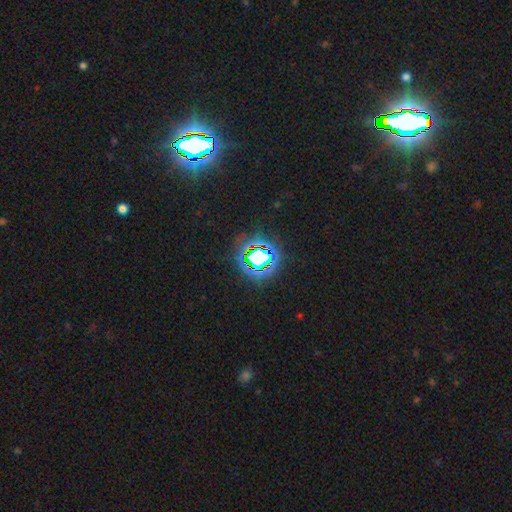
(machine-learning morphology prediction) Q: Smooth or featured?
A: star or artifact (72%); runner-up: smooth (18%)